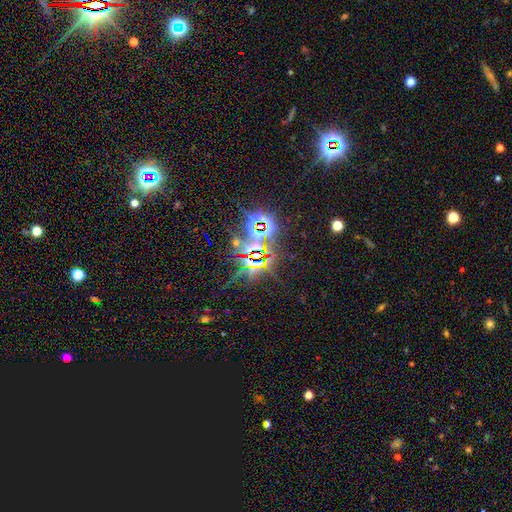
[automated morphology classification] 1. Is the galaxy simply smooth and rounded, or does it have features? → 85% star or artifact, 8% featured or disk, 7% smooth.